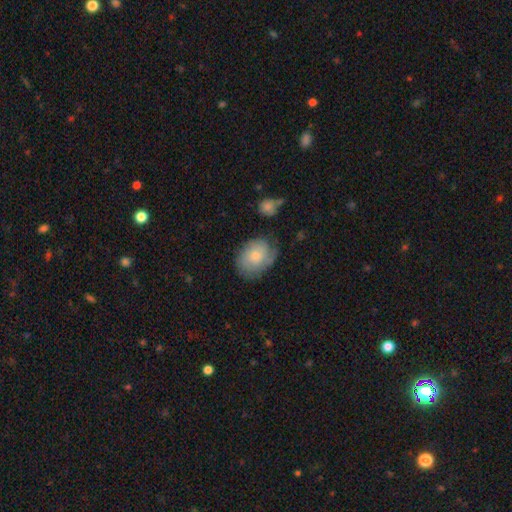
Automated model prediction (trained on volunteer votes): smooth_or_featured: smooth (p=0.60) [alt: featured or disk p=0.33]
how_rounded: in between (p=0.62) [alt: round p=0.37]
merging: none (p=0.61) [alt: minor disturbance p=0.27]